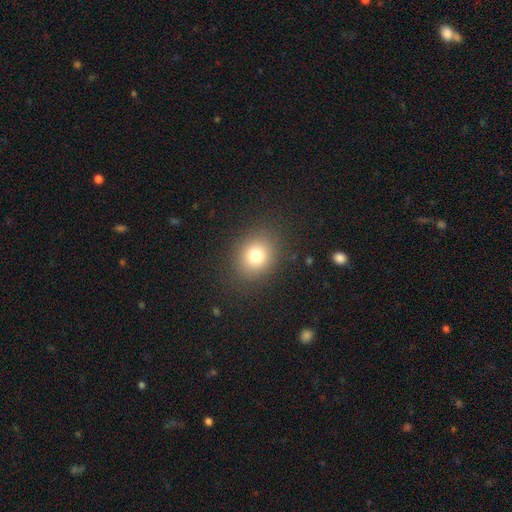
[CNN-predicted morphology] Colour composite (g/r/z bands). It shows a smooth galaxy with no disk features (78%) that is round (67%). Merging: none (86%).